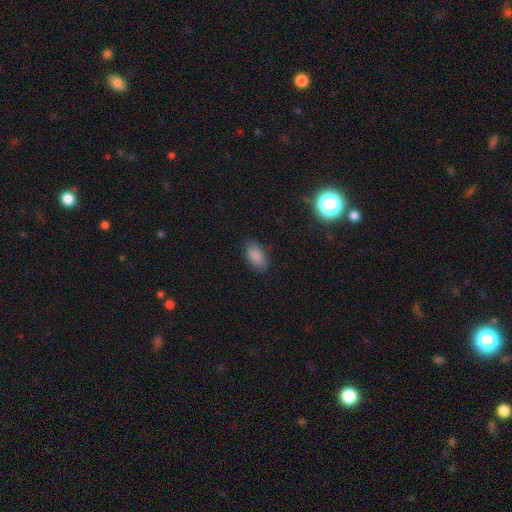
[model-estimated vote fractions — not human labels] Smooth or featured? smooth (86%)
How rounded? in between (92%)
Merging? none (82%)